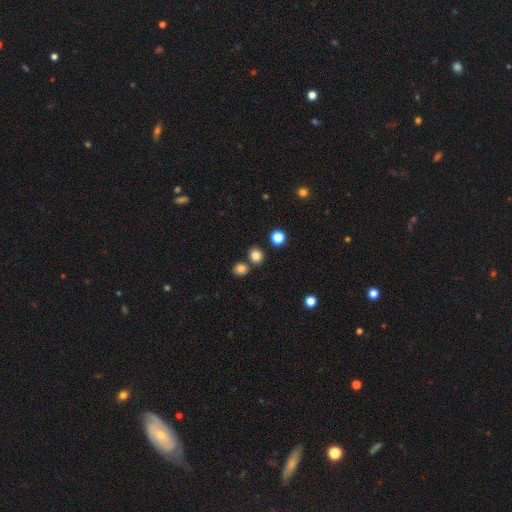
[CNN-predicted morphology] A smooth galaxy with no disk features (82%) that is round (77%).

Vote fractions:
- Smooth or featured? smooth: 82% / star or artifact: 13% / featured or disk: 5%
- How rounded? round: 77% / in between: 22% / cigar-shaped: 1%
- Merging? none: 75% / merger: 15% / minor disturbance: 8% / major disturbance: 3%